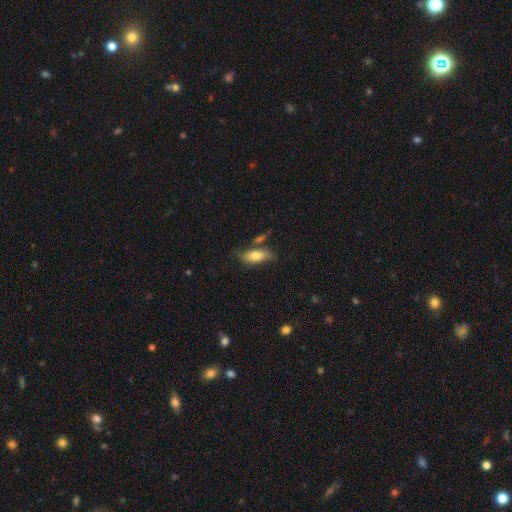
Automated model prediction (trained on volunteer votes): Smooth or featured? smooth (70%)
How rounded? in between (76%)
Merging? none (57%)